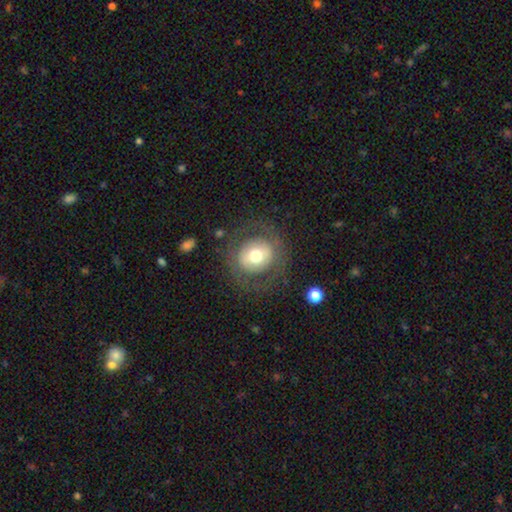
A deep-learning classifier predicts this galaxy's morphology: A smooth galaxy with no disk features (53%) that is round (87%).

Vote fractions:
- Smooth or featured? smooth: 53% / featured or disk: 38% / star or artifact: 9%
- How rounded? round: 87% / in between: 12% / cigar-shaped: 1%
- Merging? none: 78% / minor disturbance: 11% / major disturbance: 10% / merger: 1%